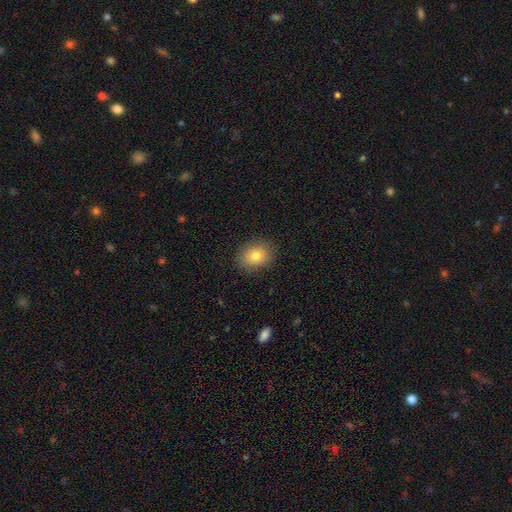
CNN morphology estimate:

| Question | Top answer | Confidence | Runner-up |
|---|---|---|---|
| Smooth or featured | smooth | 78% | featured or disk (12%) |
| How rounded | in between | 57% | round (43%) |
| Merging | none | 85% | minor disturbance (11%) |